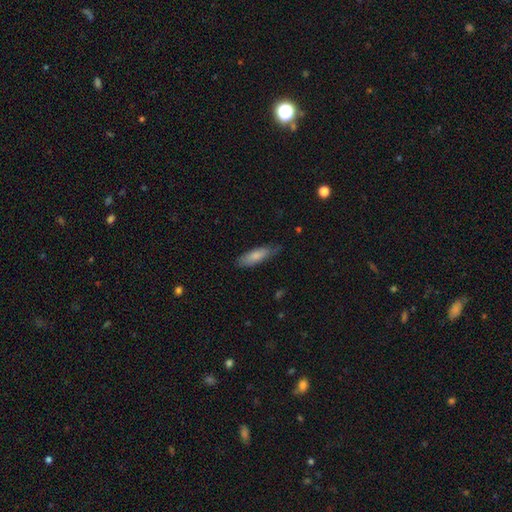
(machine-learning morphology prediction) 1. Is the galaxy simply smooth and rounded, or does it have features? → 79% smooth, 16% featured or disk, 6% star or artifact.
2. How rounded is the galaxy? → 54% in between, 45% cigar-shaped, 2% round.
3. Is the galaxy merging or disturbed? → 71% none, 23% minor disturbance, 4% major disturbance, 1% merger.